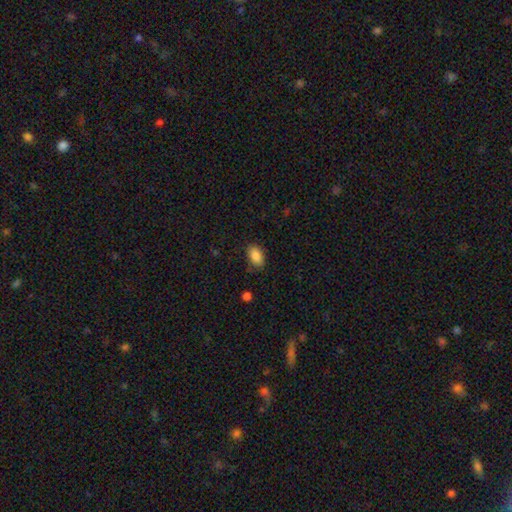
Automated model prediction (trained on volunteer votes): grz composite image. It shows a smooth galaxy with no disk features (88%) that is in between round and cigar-shaped (91%). Merging: none (83%).